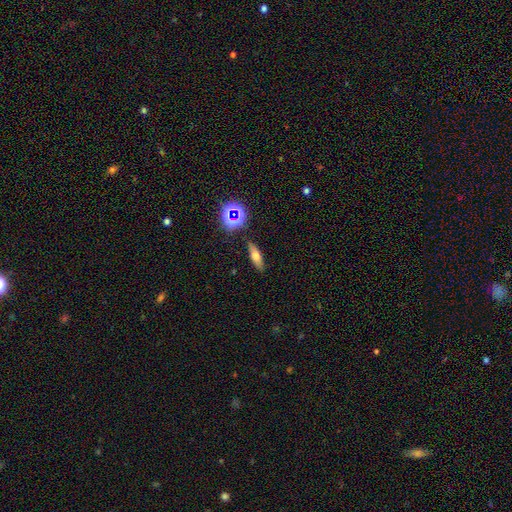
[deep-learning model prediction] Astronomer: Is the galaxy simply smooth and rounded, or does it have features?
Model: smooth — 59%.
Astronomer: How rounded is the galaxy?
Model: cigar-shaped — 48% (runner-up: in between, 46%).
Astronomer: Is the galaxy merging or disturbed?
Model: none — 85%.